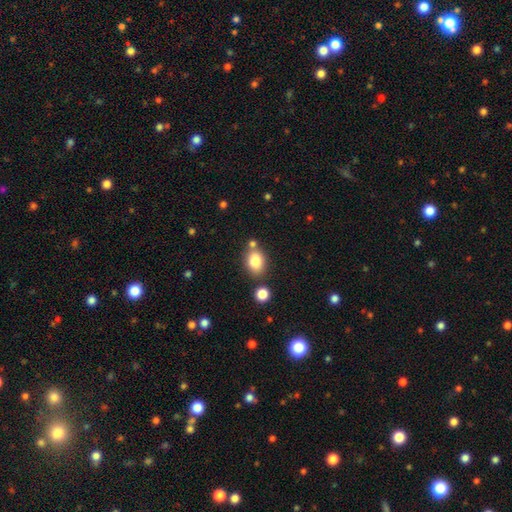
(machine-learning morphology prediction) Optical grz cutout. It shows a smooth galaxy with no disk features (67%) that is round (61%). Merging: none (80%).